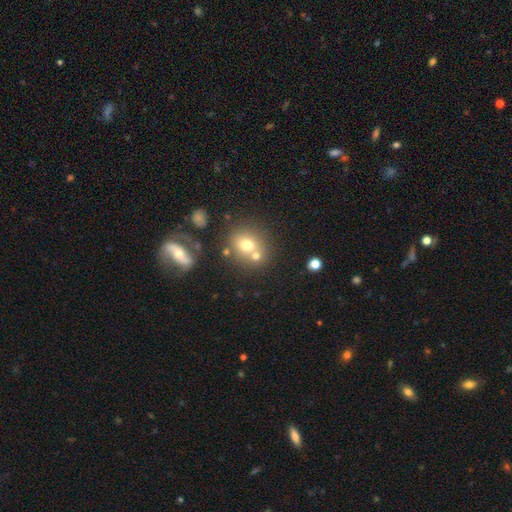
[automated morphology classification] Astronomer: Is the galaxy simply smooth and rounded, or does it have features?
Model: smooth — 68%.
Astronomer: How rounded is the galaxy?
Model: round — 74%.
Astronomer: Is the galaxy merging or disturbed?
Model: none — 52% (runner-up: merger, 34%).